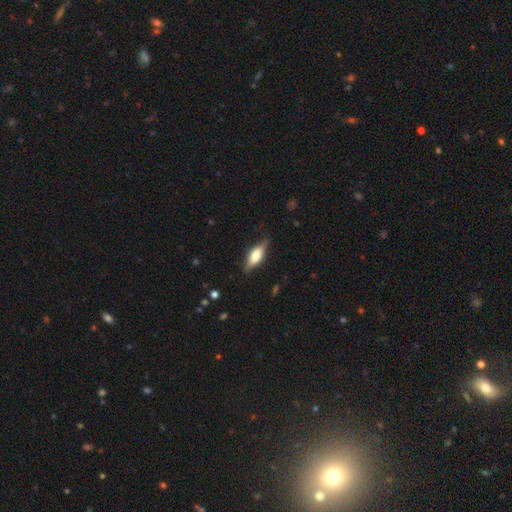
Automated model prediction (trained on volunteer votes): Smooth or featured? smooth (51%)
How rounded? in between (68%)
Merging? none (78%)